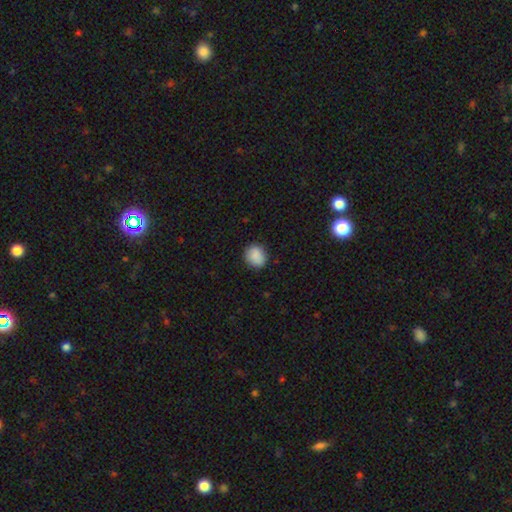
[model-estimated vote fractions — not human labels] Overall: smooth (88%). How rounded: round (65%; in between 34%). Merging: none (84%).